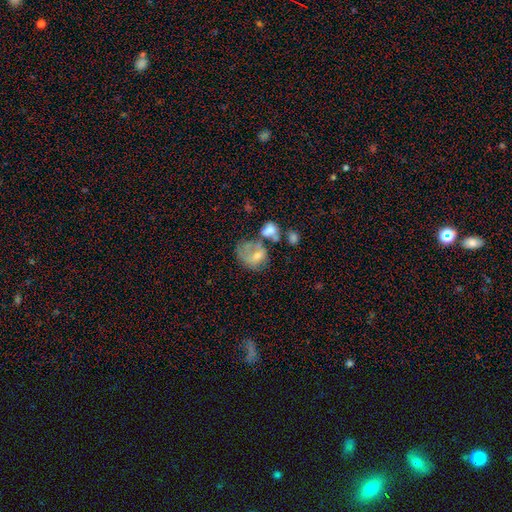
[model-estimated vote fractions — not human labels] smooth 51%, featured or disk 39%, star or artifact 10%. Down the decision tree: how rounded — in between (54%); merging — merger (31%).